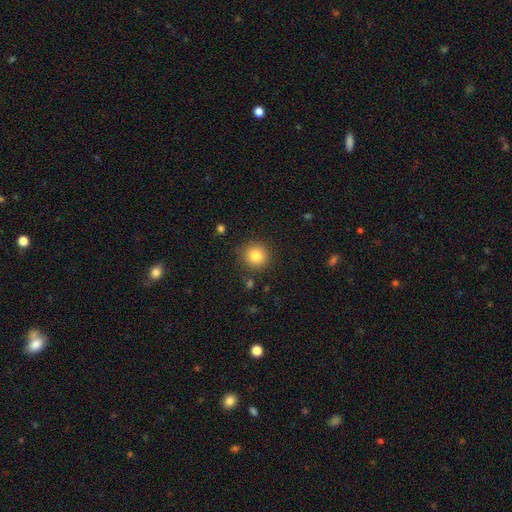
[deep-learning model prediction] Morphology: type=smooth (82%); roundness=round (92%); merging=none (88%).